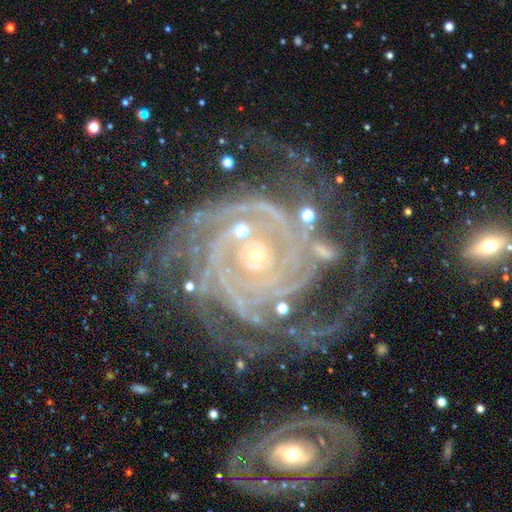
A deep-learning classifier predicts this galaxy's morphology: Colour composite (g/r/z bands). It shows a featured or disk galaxy (91%) with no bar (69%), 4 (24%) tight (75%) spiral arms (98%) and a small central bulge (79%). Merging: none (51%).